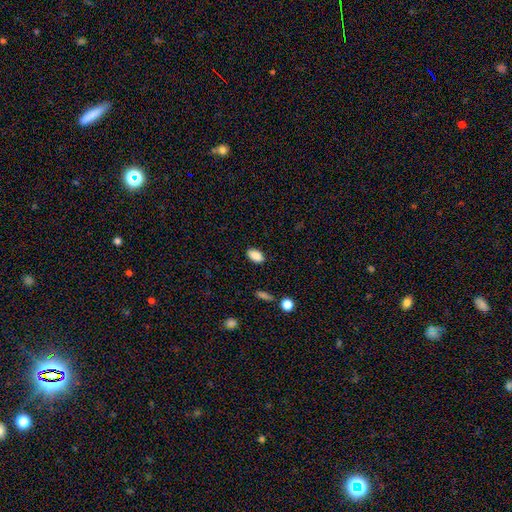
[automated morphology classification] Smooth or featured? Predicted: smooth (p=0.88). How rounded? Predicted: in between (p=0.91). Merging? Predicted: none (p=0.87).